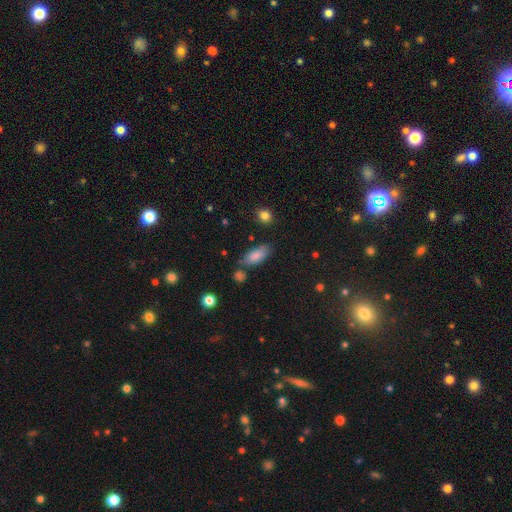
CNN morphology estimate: The model was most divided on "merging": none: 68%, minor disturbance: 18%, merger: 9%, major disturbance: 5%. More confident: smooth or featured — smooth (84%); how rounded — in between (83%).